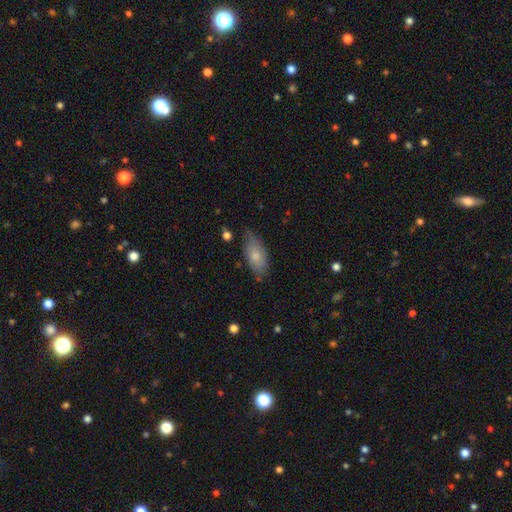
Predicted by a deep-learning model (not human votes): A smooth galaxy with no disk features (75%) that is in between round and cigar-shaped (88%). Merging: none (67%).